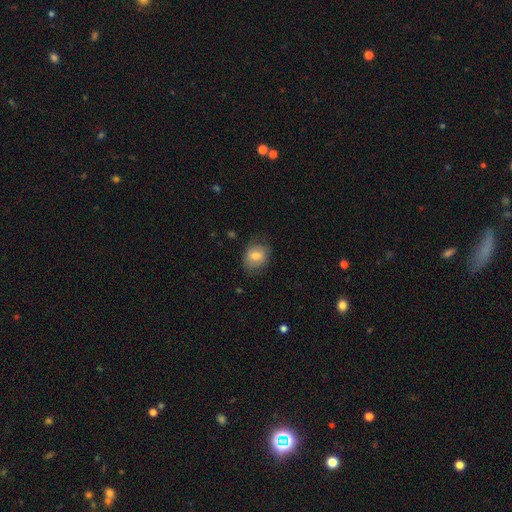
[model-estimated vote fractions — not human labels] smooth 72%, featured or disk 20%, star or artifact 8%. Down the decision tree: how rounded — round (57%); merging — none (72%).